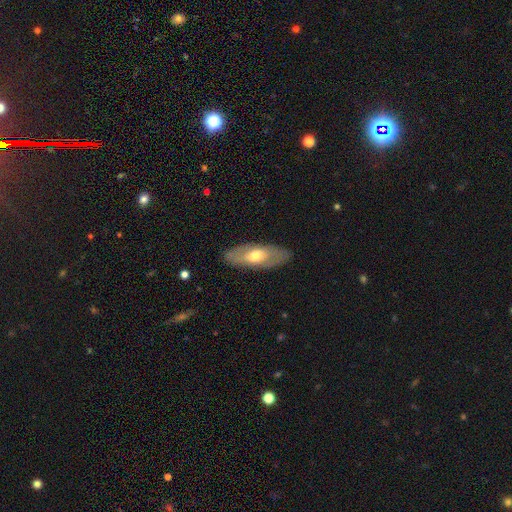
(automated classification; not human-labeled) This appears to be a smooth galaxy with no disk features (48%). Merging: none (85%).